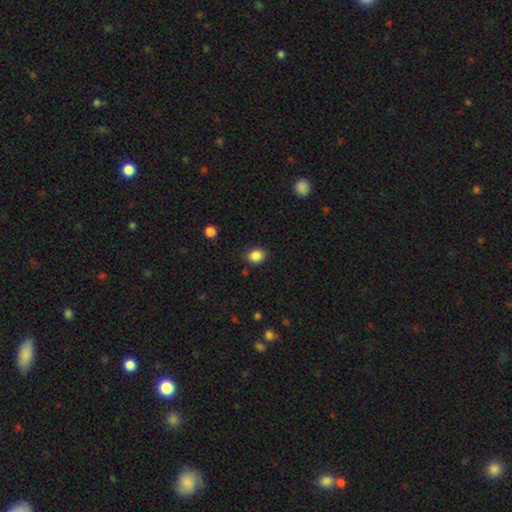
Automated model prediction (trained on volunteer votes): A smooth galaxy with no disk features (86%) that is round (52%). Merging: none (78%).